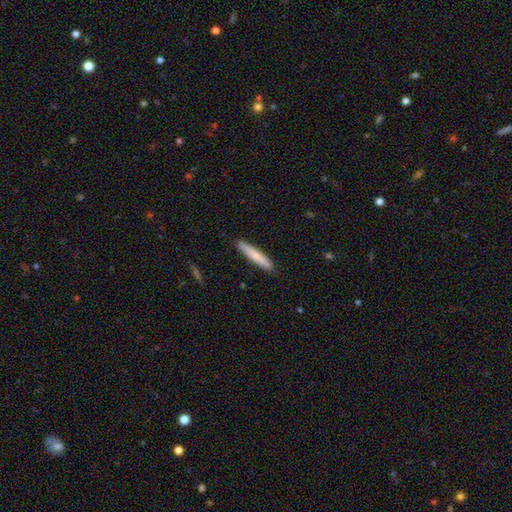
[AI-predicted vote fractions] smooth_or_featured: smooth (p=0.77) [alt: featured or disk p=0.18]
how_rounded: cigar-shaped (p=0.93) [alt: in between p=0.06]
merging: none (p=0.91) [alt: minor disturbance p=0.07]